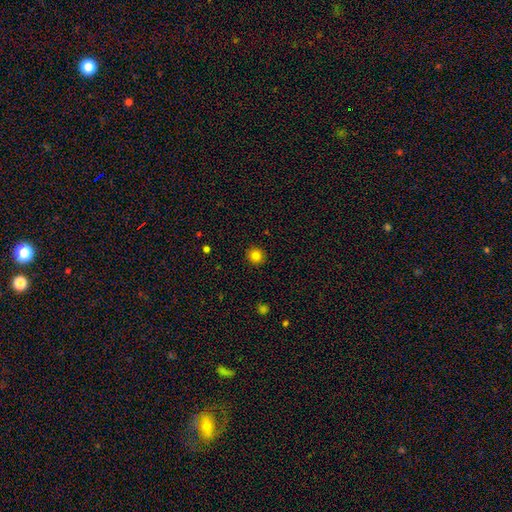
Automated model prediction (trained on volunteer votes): Smooth or featured?
  - smooth: 82% *
  - star or artifact: 12%
  - featured or disk: 5%
How rounded?
  - round: 93% *
  - in between: 6%
  - cigar-shaped: 1%
Merging?
  - none: 92% *
  - minor disturbance: 5%
  - major disturbance: 2%
  - merger: 1%